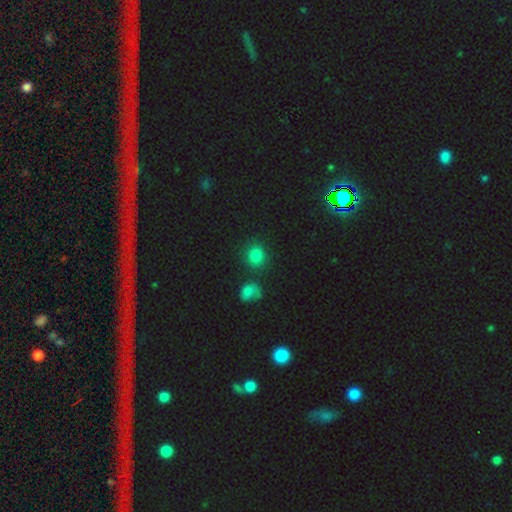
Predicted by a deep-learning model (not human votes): This is clearly a smooth galaxy (80%). How rounded: likely round (75%). Merging: likely none (72%).